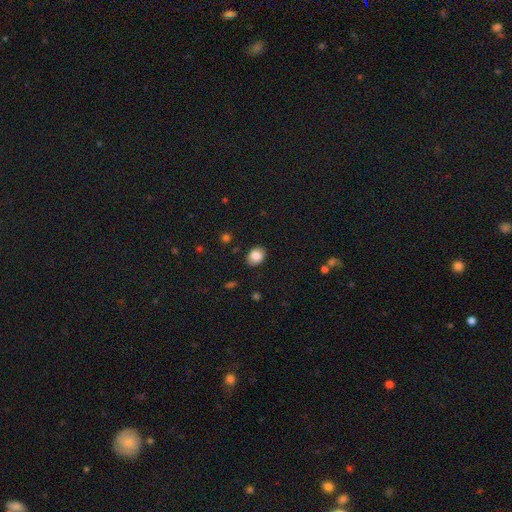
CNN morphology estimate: A smooth galaxy with no disk features (85%) that is in between round and cigar-shaped (59%).

Vote fractions:
- Smooth or featured? smooth: 85% / star or artifact: 8% / featured or disk: 7%
- How rounded? in between: 59% / round: 40% / cigar-shaped: 1%
- Merging? none: 87% / minor disturbance: 9% / major disturbance: 2% / merger: 1%